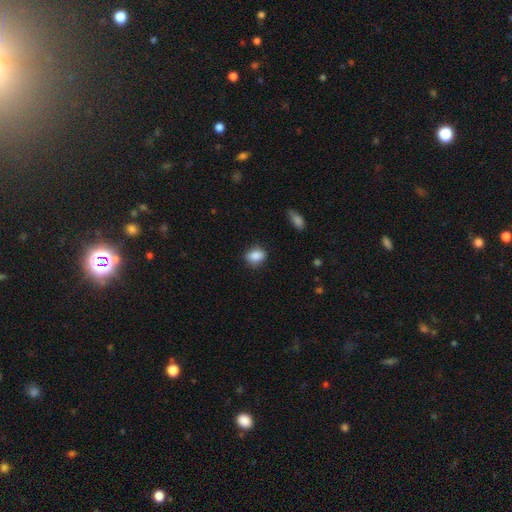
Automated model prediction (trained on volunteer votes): This is clearly a smooth galaxy (87%). How rounded: likely in between (64%). Merging: likely none (79%).